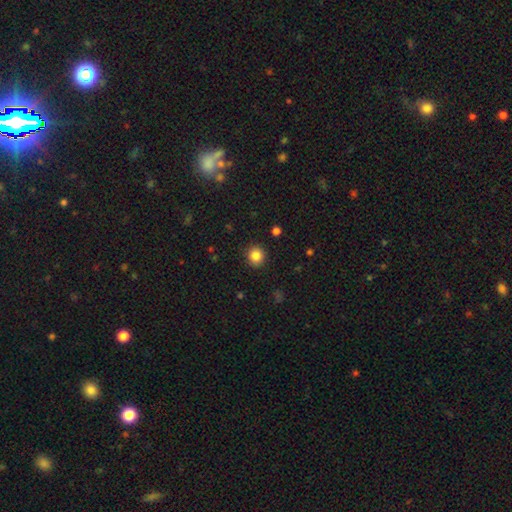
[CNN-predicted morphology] Overall: smooth (85%). How rounded: round (92%). Merging: none (91%).